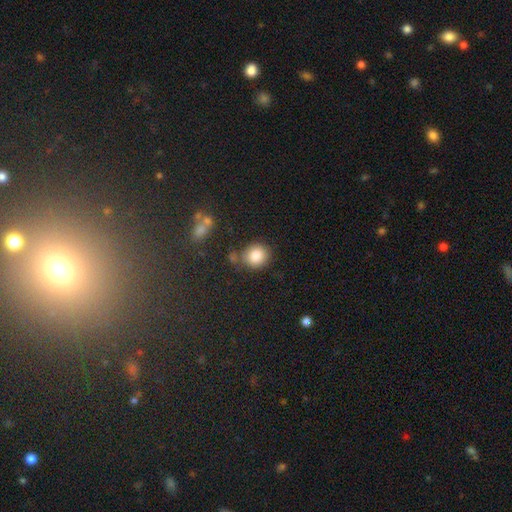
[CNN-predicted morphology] This appears to be a smooth galaxy with no disk features (84%) that is round (80%). Merging: none (72%).